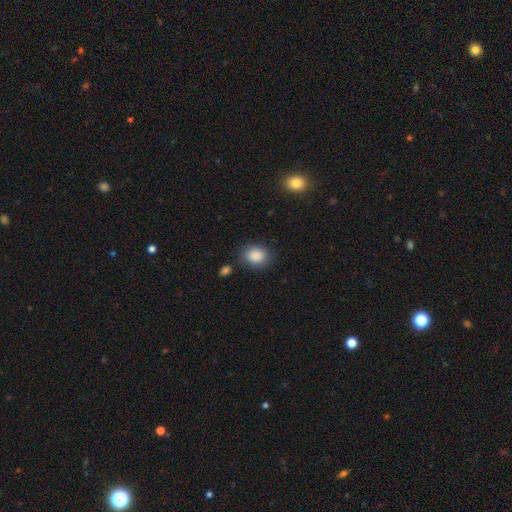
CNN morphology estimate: The model was most divided on "how rounded": round: 50%, in between: 49%, cigar-shaped: 1%. More confident: smooth or featured — smooth (88%); merging — none (77%).